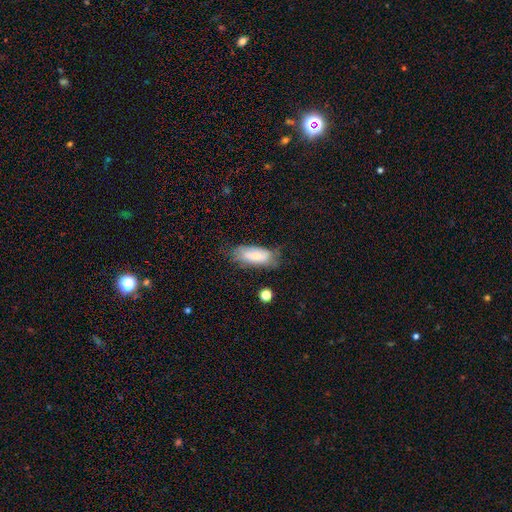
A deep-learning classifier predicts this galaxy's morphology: smooth-or-featured: smooth: 66% | featured or disk: 27% | star or artifact: 7%
  how-rounded: in between: 80% | cigar-shaped: 18% | round: 2%
  merging: none: 57% | minor disturbance: 29% | major disturbance: 12% | merger: 3%